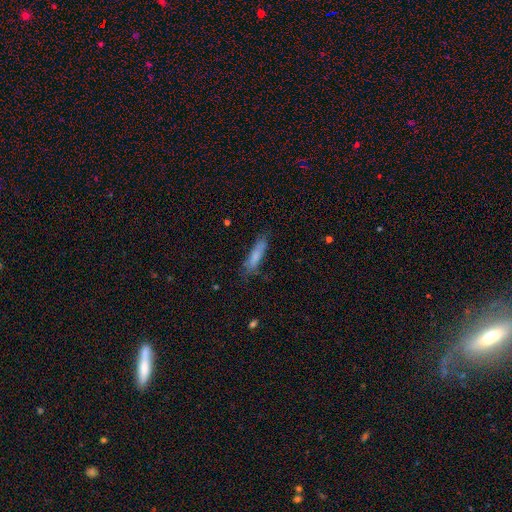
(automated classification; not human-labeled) A smooth galaxy with no disk features (75%) that is cigar-shaped (76%).

Vote fractions:
- Smooth or featured? smooth: 75% / featured or disk: 18% / star or artifact: 7%
- How rounded? cigar-shaped: 76% / in between: 22% / round: 2%
- Merging? none: 66% / minor disturbance: 23% / major disturbance: 8% / merger: 2%